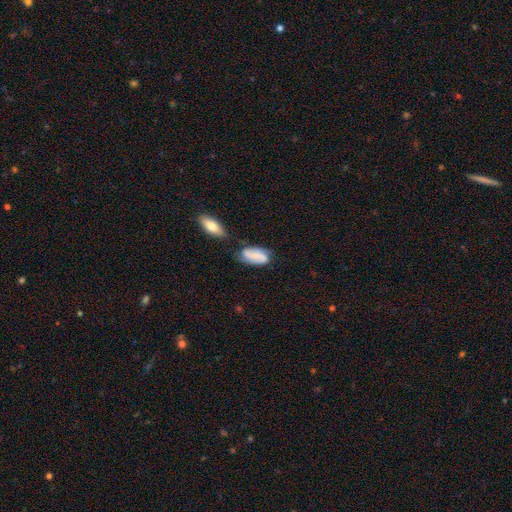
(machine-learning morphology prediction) Overall: smooth (65%; featured or disk 27%). How rounded: in between (89%). Merging: none (54%; minor disturbance 25%).